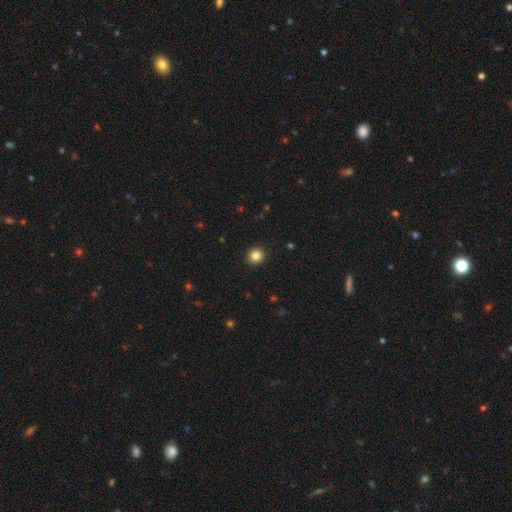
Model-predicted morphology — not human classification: smooth_or_featured: smooth (p=0.85) [alt: star or artifact p=0.11]
how_rounded: round (p=0.92) [alt: in between p=0.07]
merging: none (p=0.93) [alt: minor disturbance p=0.04]